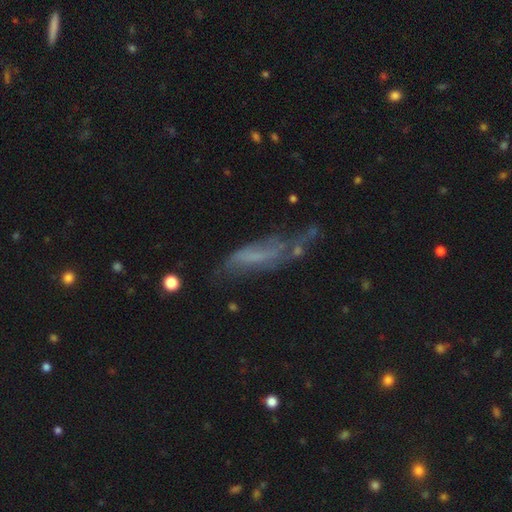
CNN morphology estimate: This is possibly a featured or disk galaxy (52%). It is likely not viewed edge-on (74%). Merging: marginally none (35%).